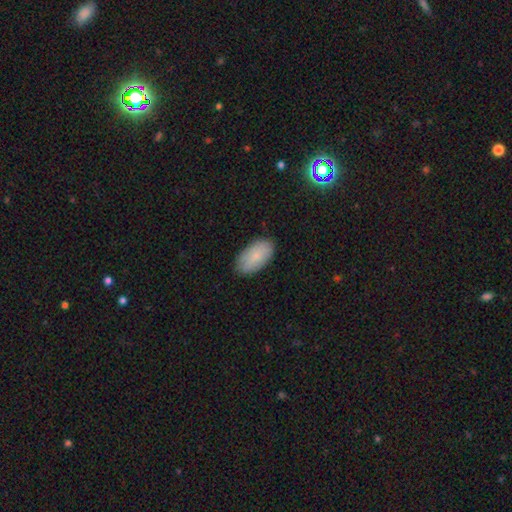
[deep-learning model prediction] A smooth galaxy with no disk features (82%) that is in between round and cigar-shaped (95%).

Vote fractions:
- Smooth or featured? smooth: 82% / featured or disk: 11% / star or artifact: 7%
- How rounded? in between: 95% / round: 3% / cigar-shaped: 2%
- Merging? none: 85% / minor disturbance: 11% / major disturbance: 2% / merger: 1%